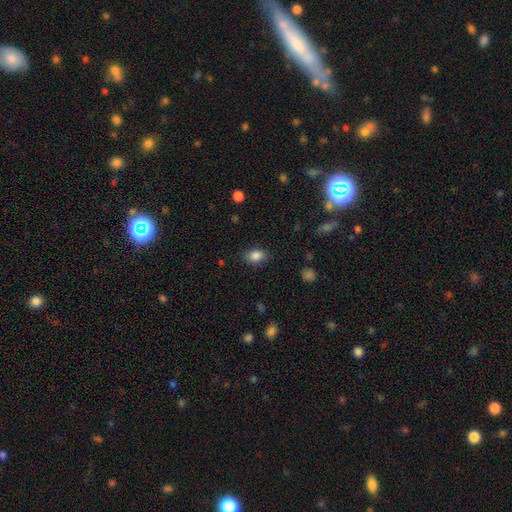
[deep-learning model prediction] smooth 85%, star or artifact 9%, featured or disk 5%. Down the decision tree: how rounded — in between (77%); merging — none (84%).